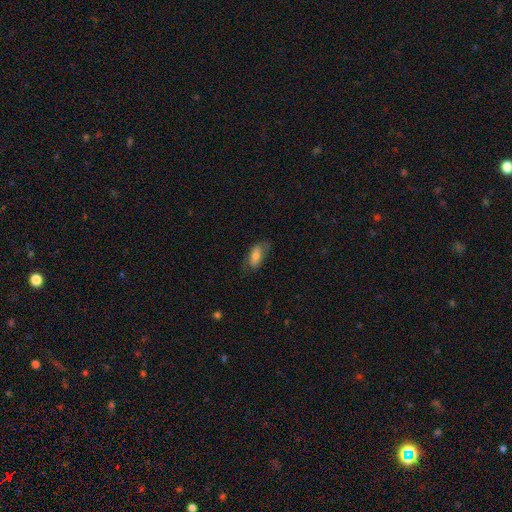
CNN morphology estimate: Q: Smooth or featured?
A: smooth (65%); runner-up: featured or disk (27%)
Q: How rounded?
A: in between (82%); runner-up: cigar-shaped (14%)
Q: Merging?
A: none (66%); runner-up: minor disturbance (22%)